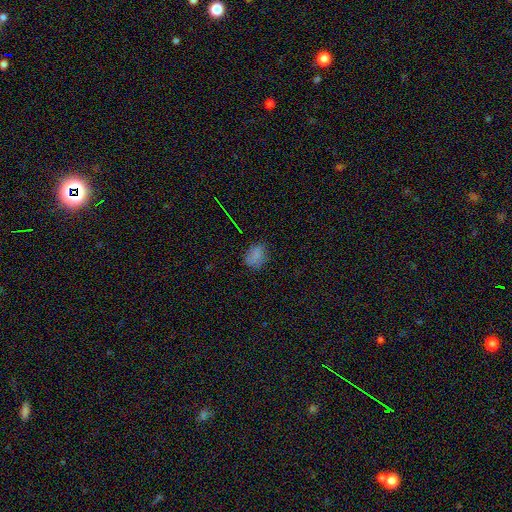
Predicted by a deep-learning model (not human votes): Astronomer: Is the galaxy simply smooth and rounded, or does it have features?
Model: smooth — 73%.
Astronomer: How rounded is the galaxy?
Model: in between — 65%.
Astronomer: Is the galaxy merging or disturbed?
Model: none — 76%.